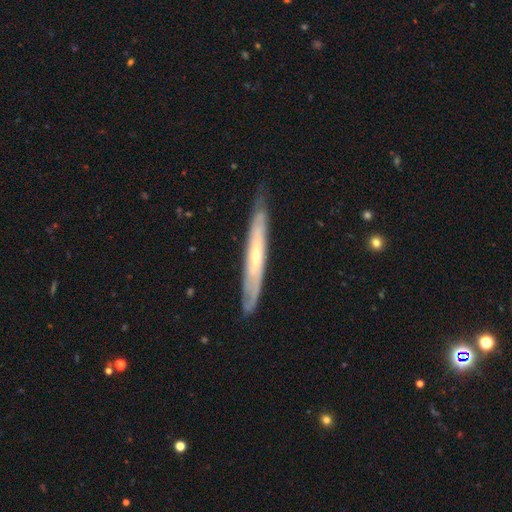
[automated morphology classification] This appears to be a featured or disk galaxy (70%) viewed edge-on (69%). Merging: none (77%).